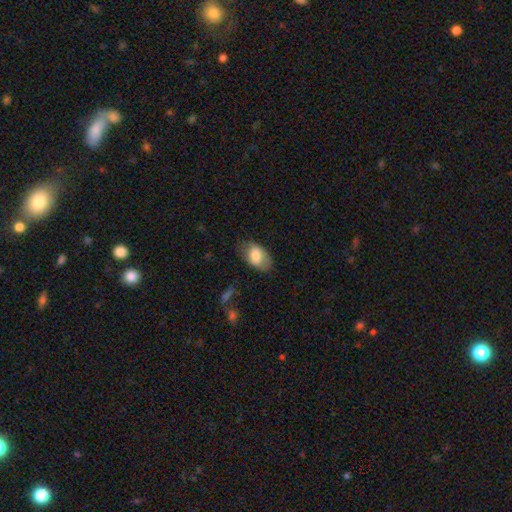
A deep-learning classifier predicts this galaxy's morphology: Overall: smooth (78%). How rounded: in between (91%). Merging: none (69%).